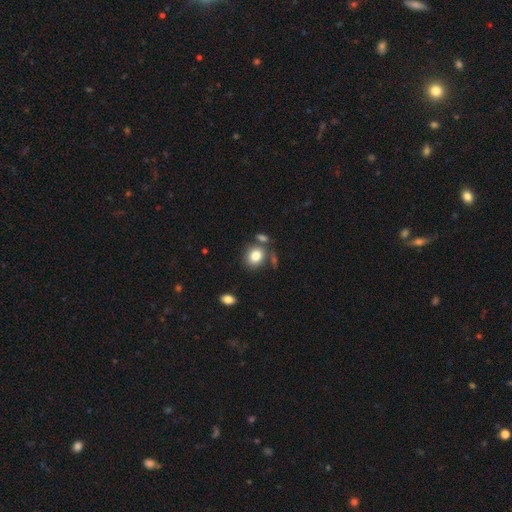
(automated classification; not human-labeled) A smooth galaxy with no disk features (82%) that is round (60%).

Vote fractions:
- Smooth or featured? smooth: 82% / star or artifact: 10% / featured or disk: 8%
- How rounded? round: 60% / in between: 39% / cigar-shaped: 1%
- Merging? none: 67% / merger: 15% / minor disturbance: 14% / major disturbance: 5%